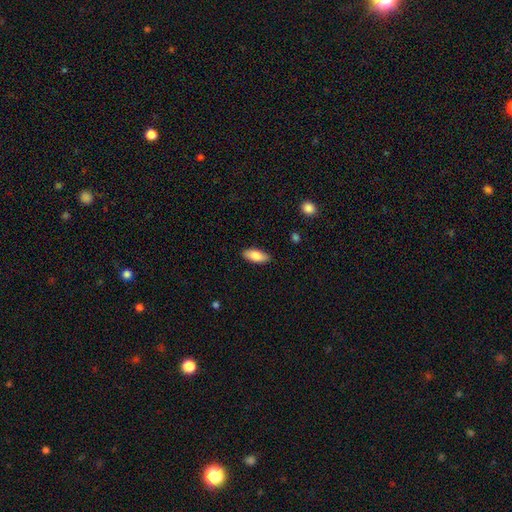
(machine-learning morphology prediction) Smooth or featured? Predicted: smooth (p=0.85). How rounded? Predicted: in between (p=0.83). Merging? Predicted: none (p=0.87).